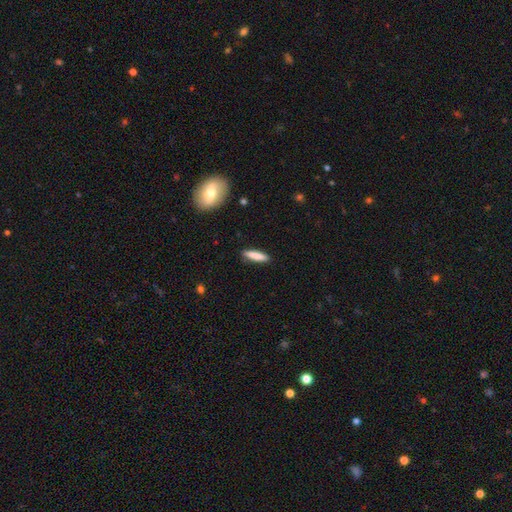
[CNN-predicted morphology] Smooth or featured: smooth — 81% (featured or disk — 13%)
How rounded: cigar-shaped — 79% (in between — 19%)
Merging: none — 88% (minor disturbance — 9%)